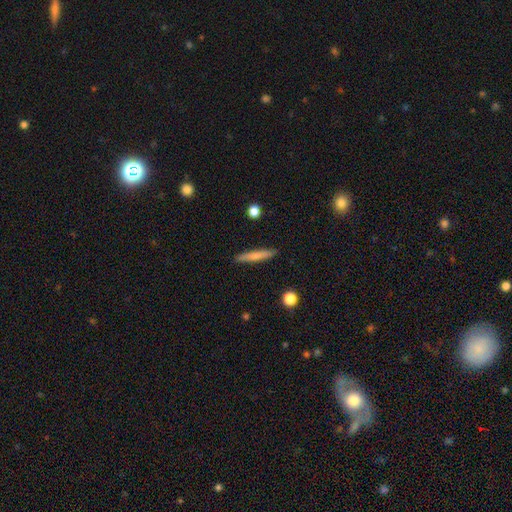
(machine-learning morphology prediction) Overall: smooth (68%). How rounded: cigar-shaped (93%). Merging: none (89%).